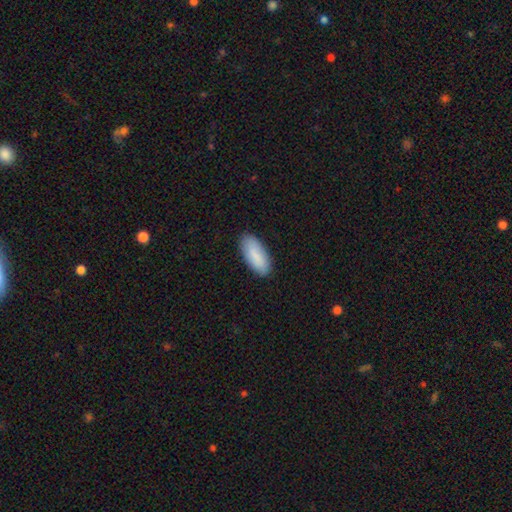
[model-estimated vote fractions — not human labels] Smooth or featured? Predicted: smooth (p=0.88). How rounded? Predicted: in between (p=0.85). Merging? Predicted: none (p=0.88).